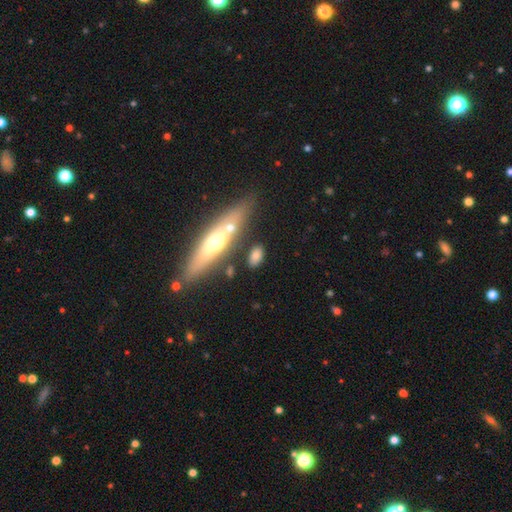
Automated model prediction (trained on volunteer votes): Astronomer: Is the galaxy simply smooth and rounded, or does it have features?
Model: smooth — 72%.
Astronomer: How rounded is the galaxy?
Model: in between — 74%.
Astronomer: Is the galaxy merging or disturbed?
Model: none — 73%.